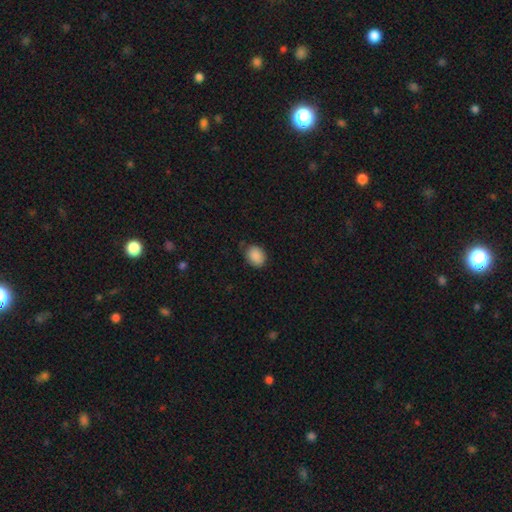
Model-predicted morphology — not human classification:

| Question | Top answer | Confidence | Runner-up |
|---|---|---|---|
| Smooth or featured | smooth | 89% | star or artifact (8%) |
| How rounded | in between | 59% | round (40%) |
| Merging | none | 78% | minor disturbance (18%) |